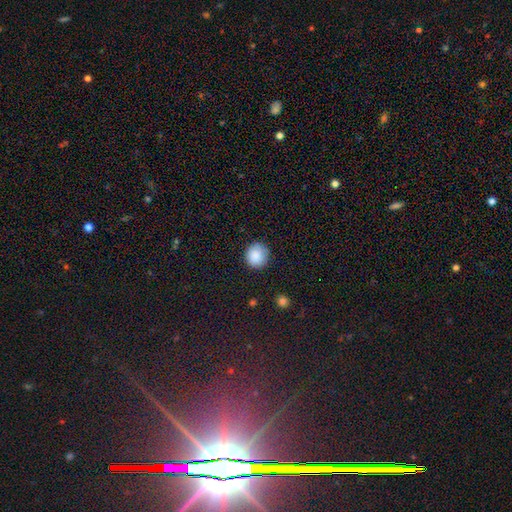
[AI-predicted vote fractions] smooth 88%, star or artifact 8%, featured or disk 4%. Down the decision tree: how rounded — round (92%); merging — none (87%).